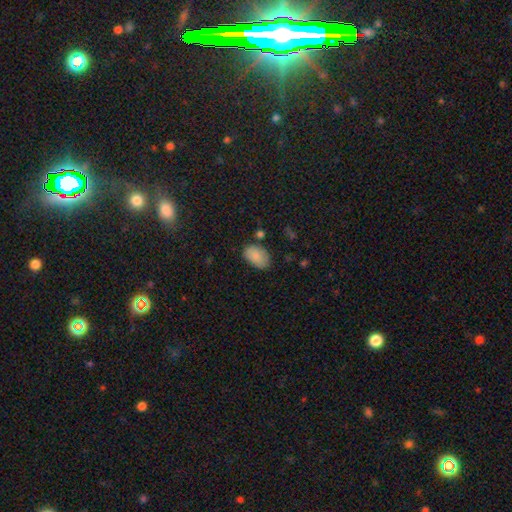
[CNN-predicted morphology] This is clearly a smooth galaxy (84%). How rounded: clearly in between (89%). Merging: likely none (71%).